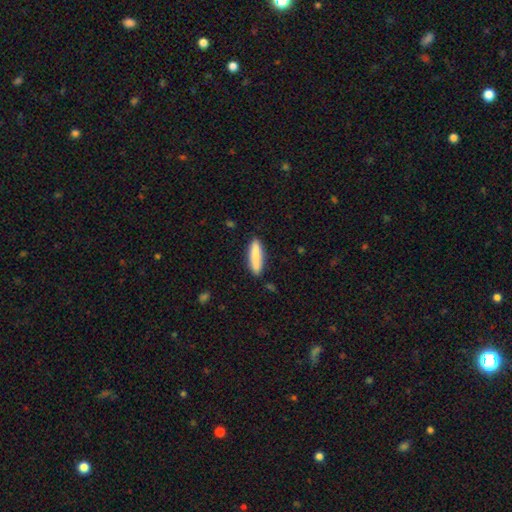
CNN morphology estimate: The model was most divided on "how rounded": cigar-shaped: 71%, in between: 27%, round: 1%. More confident: merging — none (87%); smooth or featured — smooth (83%).